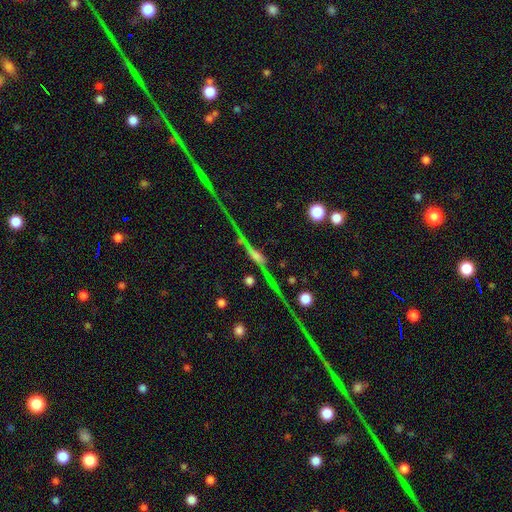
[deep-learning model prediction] smooth-or-featured: featured or disk: 71% | smooth: 15% | star or artifact: 14%
  disk-edge-on: yes: 89% | no: 11%
    edge-on-bulge: rounded: 71% | boxy: 17% | none: 12%
  merging: none: 69% | minor disturbance: 15% | major disturbance: 9% | merger: 7%